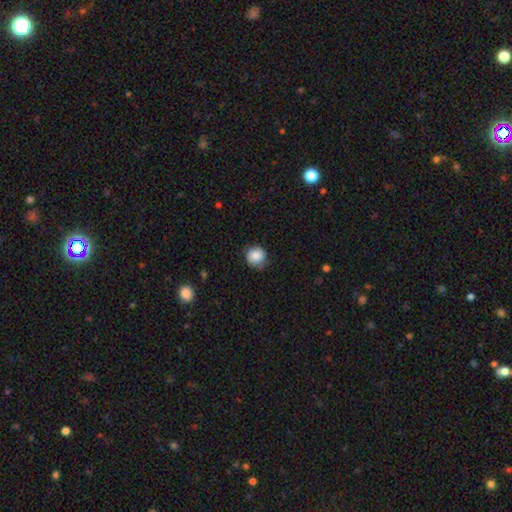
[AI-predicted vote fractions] Smooth or featured? Predicted: smooth (p=0.85). How rounded? Predicted: round (p=0.91). Merging? Predicted: none (p=0.77).